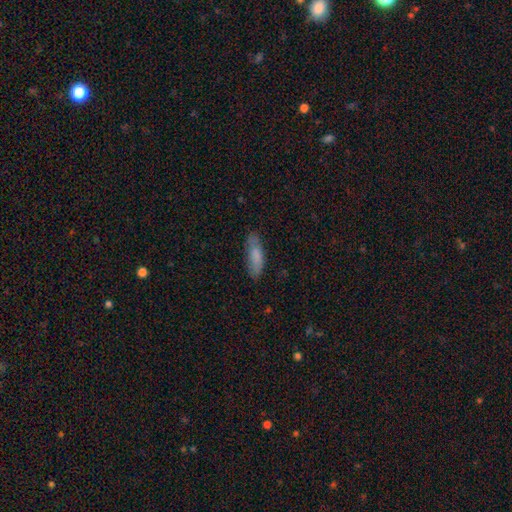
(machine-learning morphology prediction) smooth_or_featured: smooth (p=0.79) [alt: featured or disk p=0.14]
how_rounded: in between (p=0.55) [alt: cigar-shaped p=0.43]
merging: none (p=0.76) [alt: minor disturbance p=0.18]